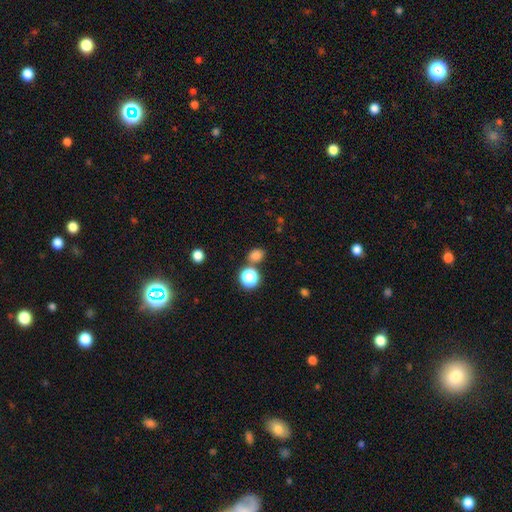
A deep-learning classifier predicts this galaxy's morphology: Smooth or featured: smooth — 77% (star or artifact — 18%)
How rounded: round — 58% (in between — 41%)
Merging: none — 72% (merger — 14%)